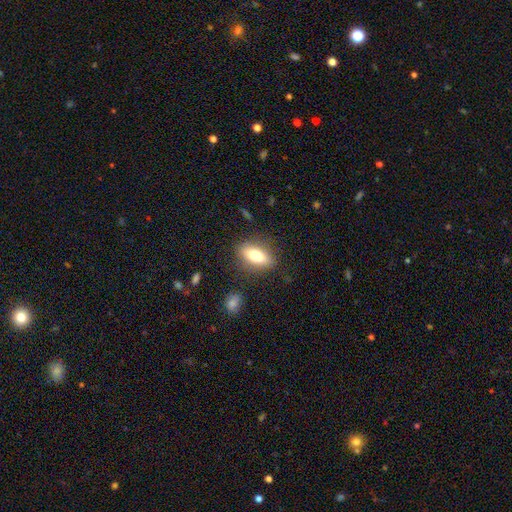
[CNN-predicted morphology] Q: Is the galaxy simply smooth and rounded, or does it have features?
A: smooth — 76%.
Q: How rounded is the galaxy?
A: in between — 81%.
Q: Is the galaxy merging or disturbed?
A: none — 83%.